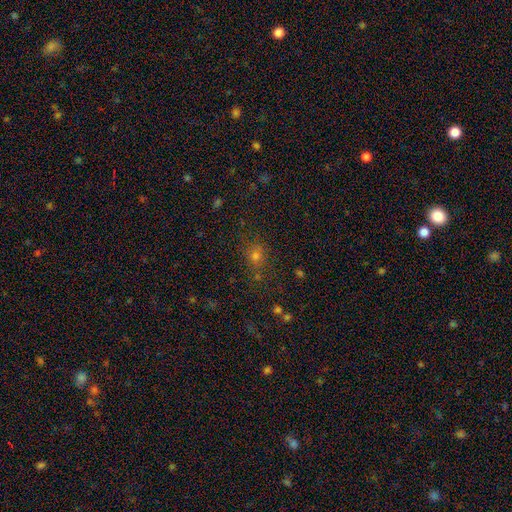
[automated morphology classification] A smooth galaxy with no disk features (63%) that is round (72%). Merging: none (77%).